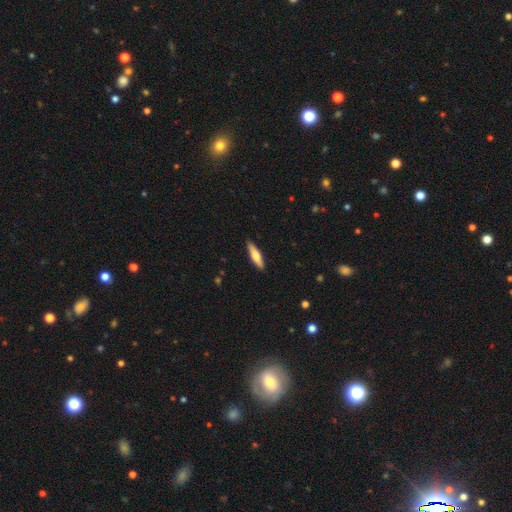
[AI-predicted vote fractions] The model was most divided on "smooth or featured": smooth: 62%, featured or disk: 32%, star or artifact: 5%. More confident: merging — none (90%); how rounded — cigar-shaped (72%).